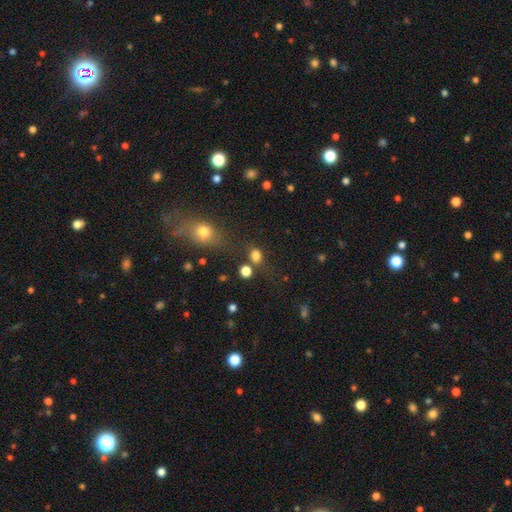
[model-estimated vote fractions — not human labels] Smooth or featured?
  - smooth: 78% *
  - star or artifact: 16%
  - featured or disk: 6%
How rounded?
  - round: 56% *
  - in between: 42%
  - cigar-shaped: 2%
Merging?
  - none: 67% *
  - merger: 13%
  - minor disturbance: 13%
  - major disturbance: 7%